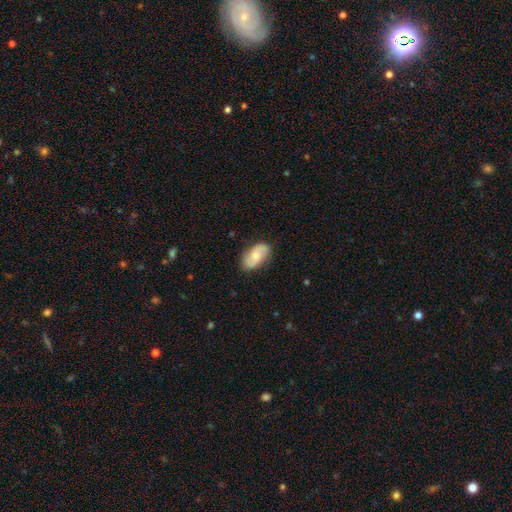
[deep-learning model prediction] featured or disk 52%, smooth 41%, star or artifact 6%. Down the decision tree: edge-on disk — no (96%); bar — no (62%); spiral arms — yes (89%); bulge size — moderate (48%); merging — none (81%).